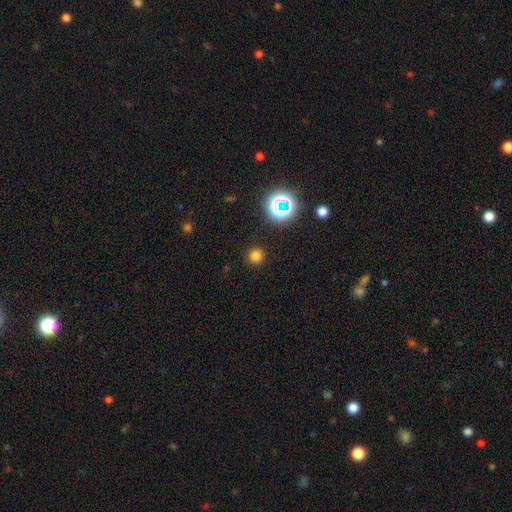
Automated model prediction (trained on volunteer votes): Smooth or featured? smooth (75%)
How rounded? round (93%)
Merging? none (90%)